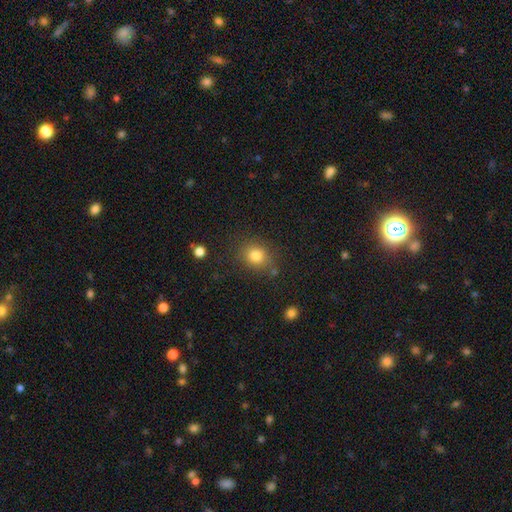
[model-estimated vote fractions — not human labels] Smooth or featured? smooth (81%)
How rounded? round (71%)
Merging? none (76%)